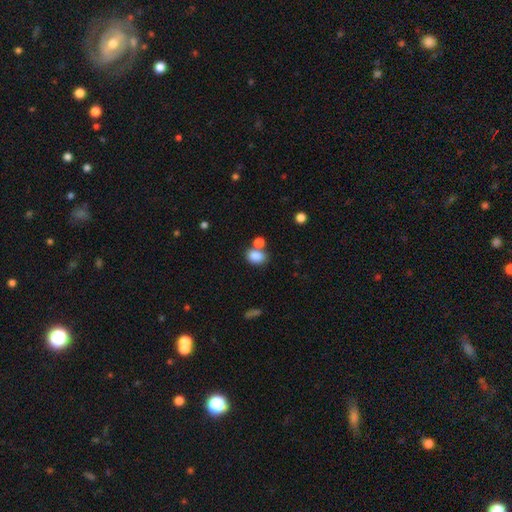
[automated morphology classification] A smooth galaxy with no disk features (84%) that is in between round and cigar-shaped (64%). Merging: none (51%).